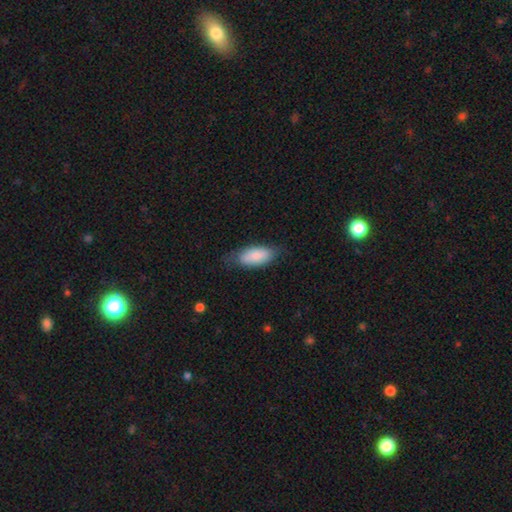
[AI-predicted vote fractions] A smooth galaxy with no disk features (84%) that is in between round and cigar-shaped (89%).

Vote fractions:
- Smooth or featured? smooth: 84% / featured or disk: 11% / star or artifact: 6%
- How rounded? in between: 89% / cigar-shaped: 9% / round: 2%
- Merging? none: 67% / minor disturbance: 25% / major disturbance: 7% / merger: 1%